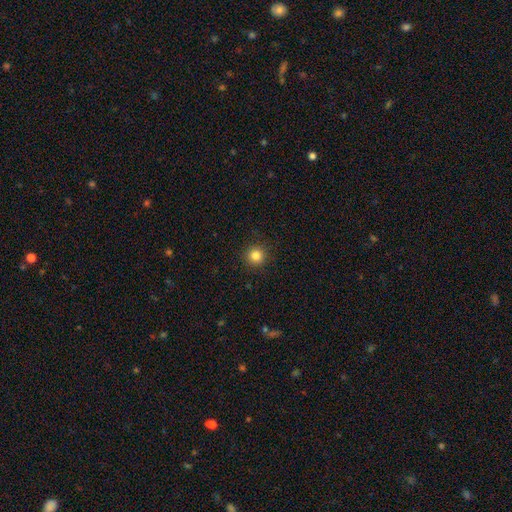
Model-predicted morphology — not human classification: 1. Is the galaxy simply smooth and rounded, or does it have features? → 83% smooth, 12% star or artifact, 5% featured or disk.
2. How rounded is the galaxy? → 95% round, 4% in between, 1% cigar-shaped.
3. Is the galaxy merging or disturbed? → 92% none, 5% minor disturbance, 2% major disturbance, 1% merger.